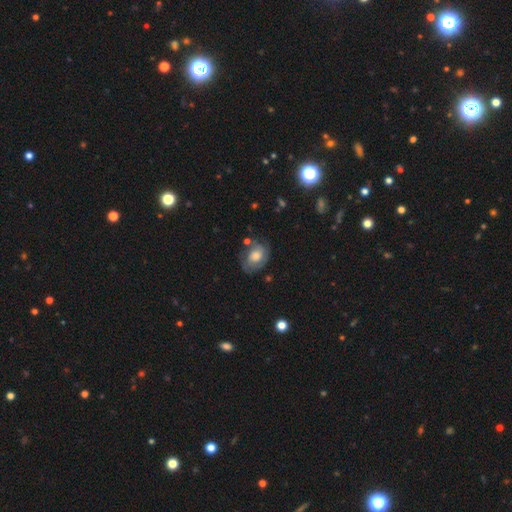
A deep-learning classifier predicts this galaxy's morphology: Smooth or featured? featured or disk (49%)
Merging? none (62%)